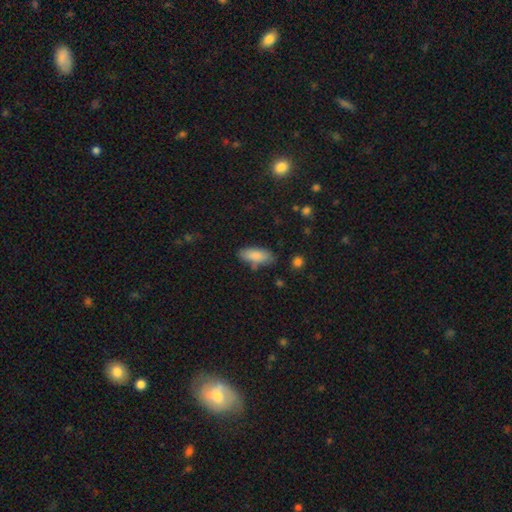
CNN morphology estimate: A smooth galaxy with no disk features (86%) that is in between round and cigar-shaped (81%).

Vote fractions:
- Smooth or featured? smooth: 86% / featured or disk: 7% / star or artifact: 6%
- How rounded? in between: 81% / cigar-shaped: 17% / round: 2%
- Merging? none: 76% / minor disturbance: 16% / merger: 4% / major disturbance: 4%